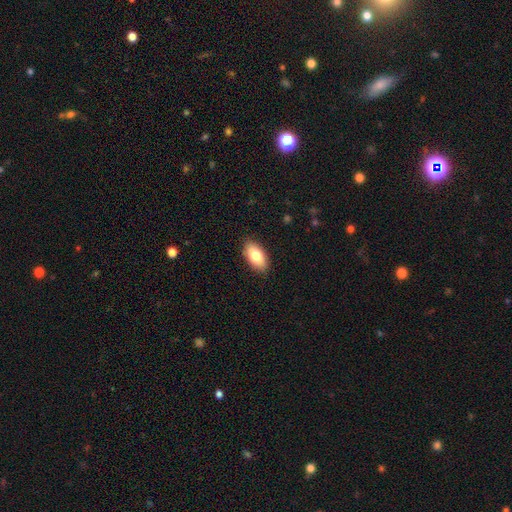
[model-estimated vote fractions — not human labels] A smooth galaxy with no disk features (80%) that is in between round and cigar-shaped (92%). Merging: none (88%).